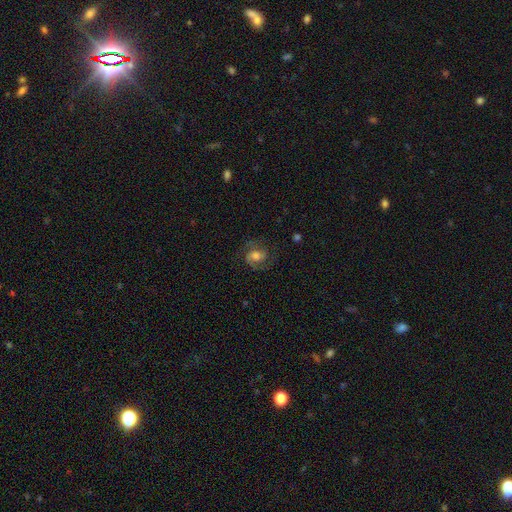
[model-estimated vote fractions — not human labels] Morphology: type=featured or disk (66%); edge-on=no (97%); bar=no (53%); spiral arms=yes (93%); winding=medium (53%); arm count=2 (85%); bulge=moderate (48%); merging=none (72%).